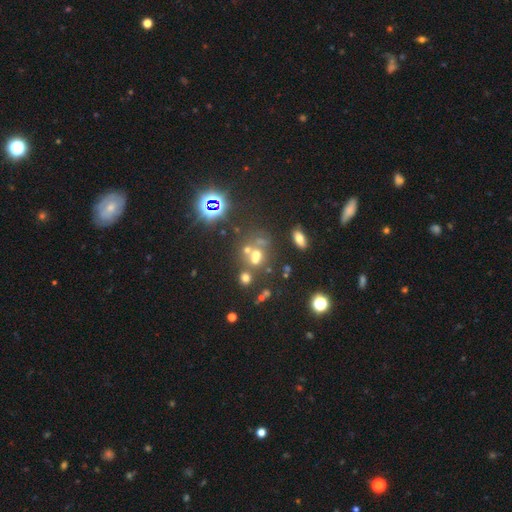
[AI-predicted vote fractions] Morphology: type=smooth (42%); merging=none (42%, tied with merger).